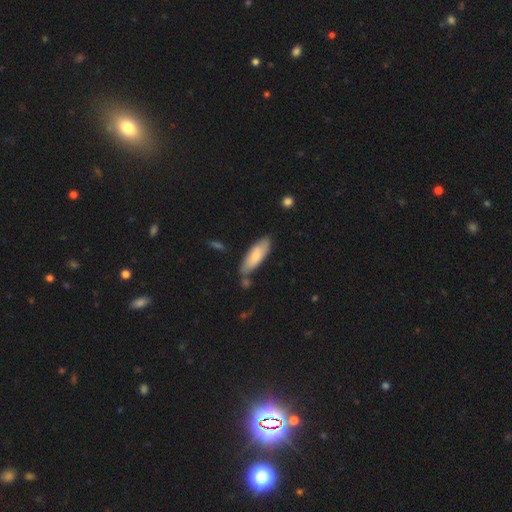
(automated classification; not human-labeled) Smooth or featured?
  - smooth: 71% *
  - featured or disk: 23%
  - star or artifact: 5%
How rounded?
  - in between: 60% *
  - cigar-shaped: 38%
  - round: 2%
Merging?
  - none: 71% *
  - minor disturbance: 18%
  - merger: 7%
  - major disturbance: 4%